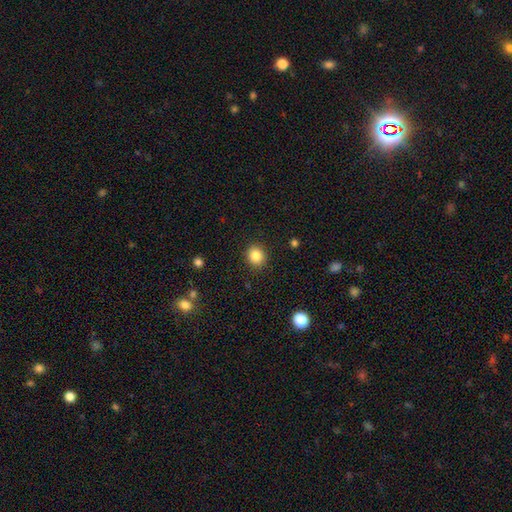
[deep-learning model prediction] Overall: smooth (85%). How rounded: round (81%). Merging: none (90%).